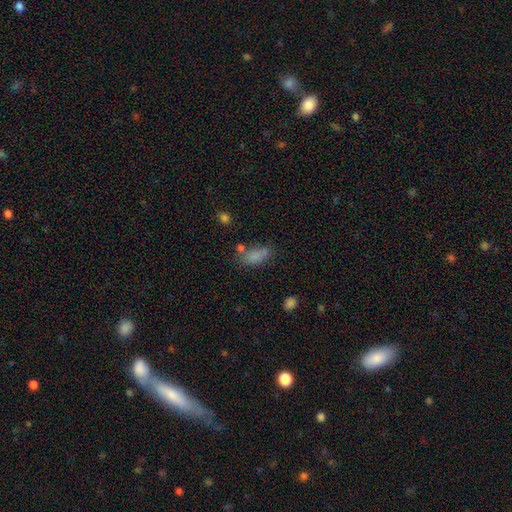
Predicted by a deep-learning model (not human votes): Overall: smooth (79%). How rounded: in between (87%). Merging: none (52%; minor disturbance 21%).